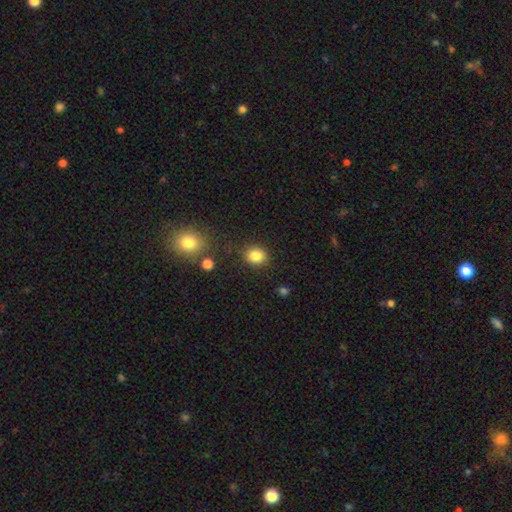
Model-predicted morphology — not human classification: The model was most divided on "how rounded": round: 70%, in between: 29%, cigar-shaped: 1%. More confident: merging — none (84%); smooth or featured — smooth (84%).